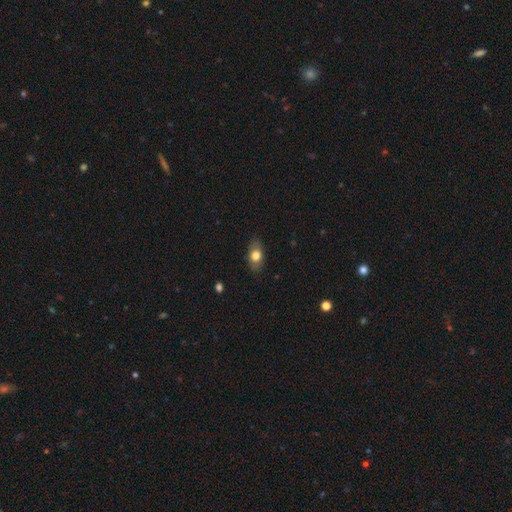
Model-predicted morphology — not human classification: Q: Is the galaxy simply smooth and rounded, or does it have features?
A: smooth — 74%.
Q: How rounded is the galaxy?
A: in between — 83%.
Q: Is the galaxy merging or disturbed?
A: none — 85%.